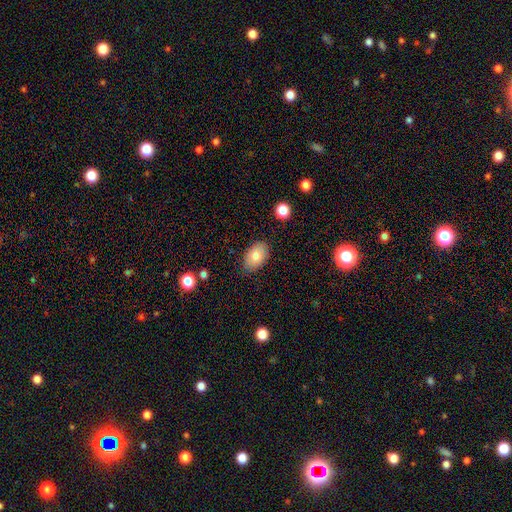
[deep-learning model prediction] smooth-or-featured: smooth: 82% | featured or disk: 11% | star or artifact: 7%
  how-rounded: in between: 91% | round: 8% | cigar-shaped: 1%
  merging: none: 82% | minor disturbance: 14% | major disturbance: 3% | merger: 1%